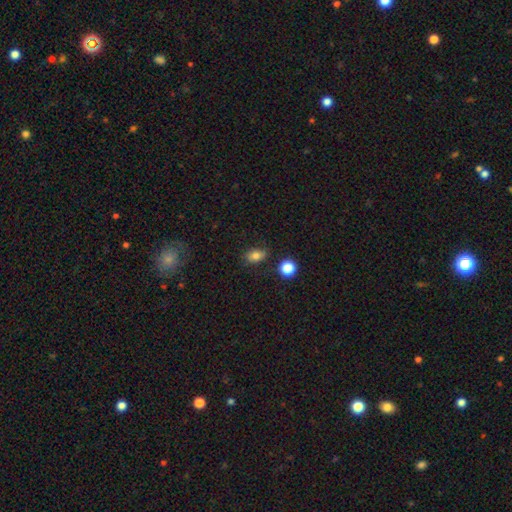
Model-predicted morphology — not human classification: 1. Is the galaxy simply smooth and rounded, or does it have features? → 77% smooth, 12% star or artifact, 11% featured or disk.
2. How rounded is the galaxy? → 76% in between, 21% round, 2% cigar-shaped.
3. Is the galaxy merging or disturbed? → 78% none, 15% minor disturbance, 4% major disturbance, 3% merger.